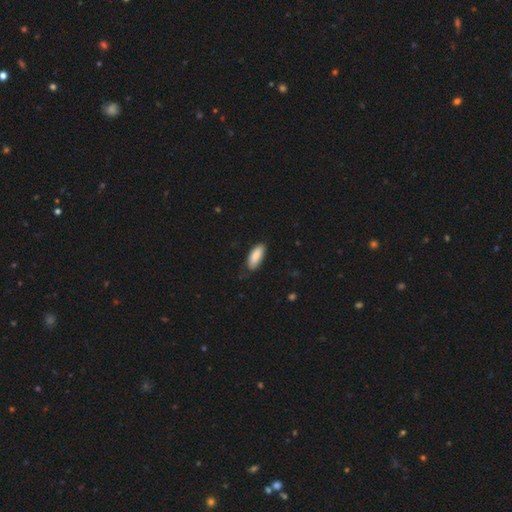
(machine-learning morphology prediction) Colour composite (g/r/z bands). It shows a smooth galaxy with no disk features (87%) that is in between round and cigar-shaped (76%). Merging: none (79%).